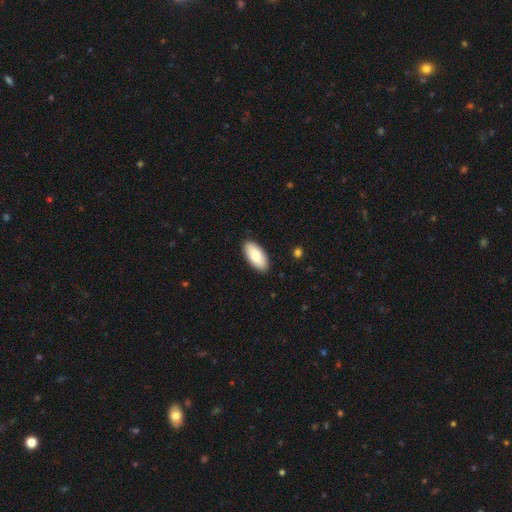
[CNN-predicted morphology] Smooth or featured? smooth (81%)
How rounded? in between (92%)
Merging? none (89%)